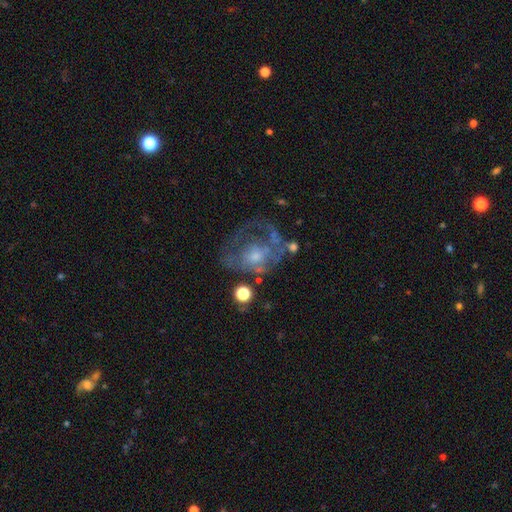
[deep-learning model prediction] Smooth or featured: featured or disk — 66% (smooth — 21%)
Edge-on disk: no — 97% (yes — 3%)
Bar: no — 81% (weak — 16%)
Spiral arms: no — 58% (yes — 42%)
Bulge size: small — 46% (moderate — 38%)
Merging: none — 45% (major disturbance — 29%)